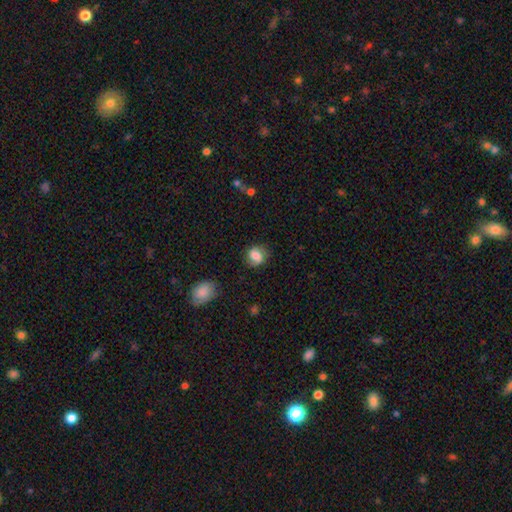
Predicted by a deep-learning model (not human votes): Smooth or featured? smooth (67%)
How rounded? round (61%)
Merging? none (72%)